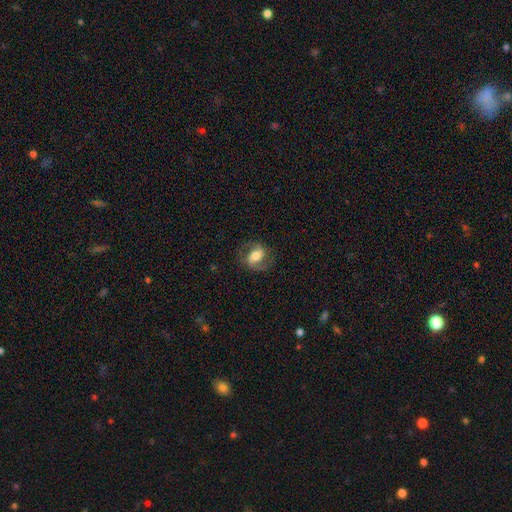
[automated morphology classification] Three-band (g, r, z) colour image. It shows a featured or disk galaxy (47%). Merging: none (72%).